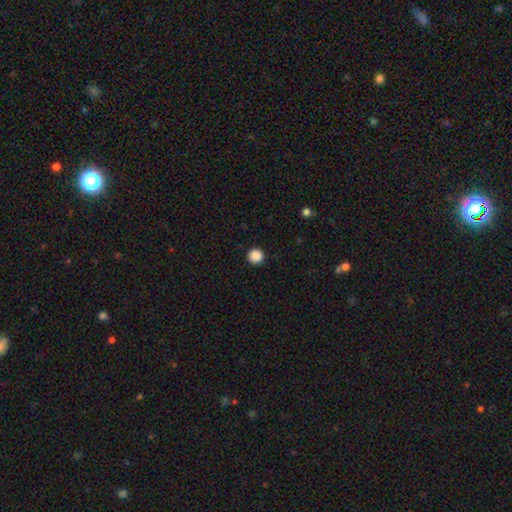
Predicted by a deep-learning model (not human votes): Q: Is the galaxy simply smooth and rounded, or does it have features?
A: smooth — 88%.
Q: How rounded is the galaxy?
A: round — 96%.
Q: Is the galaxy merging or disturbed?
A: none — 93%.